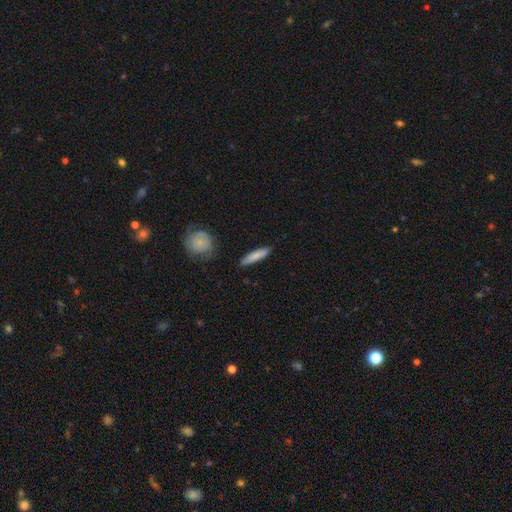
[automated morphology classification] smooth_or_featured: smooth (p=0.80) [alt: featured or disk p=0.14]
how_rounded: cigar-shaped (p=0.83) [alt: in between p=0.16]
merging: none (p=0.87) [alt: minor disturbance p=0.10]